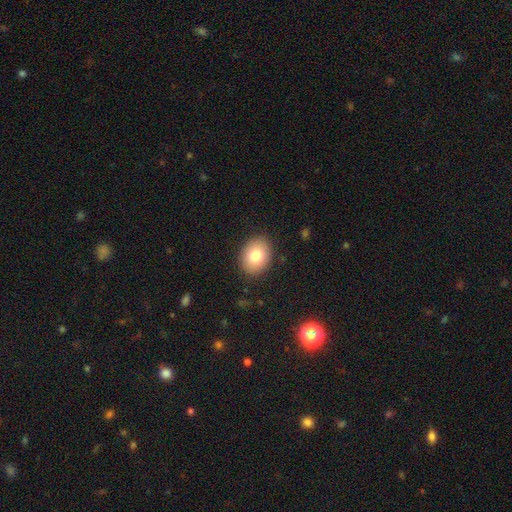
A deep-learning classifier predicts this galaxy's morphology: Overall: smooth (81%). How rounded: in between (64%; round 36%). Merging: none (88%).